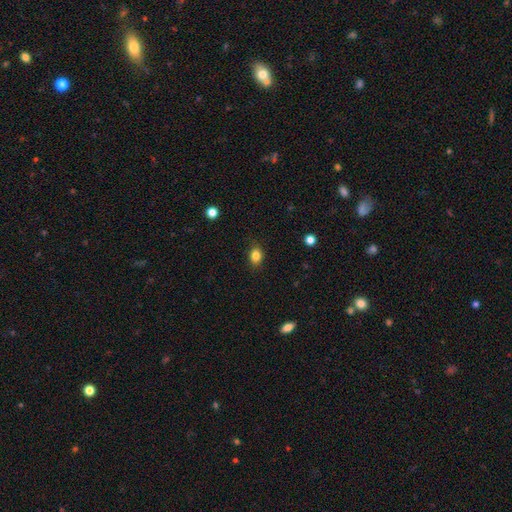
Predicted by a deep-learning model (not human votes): Smooth or featured: smooth — 84% (star or artifact — 11%)
How rounded: in between — 58% (round — 41%)
Merging: none — 85% (minor disturbance — 11%)